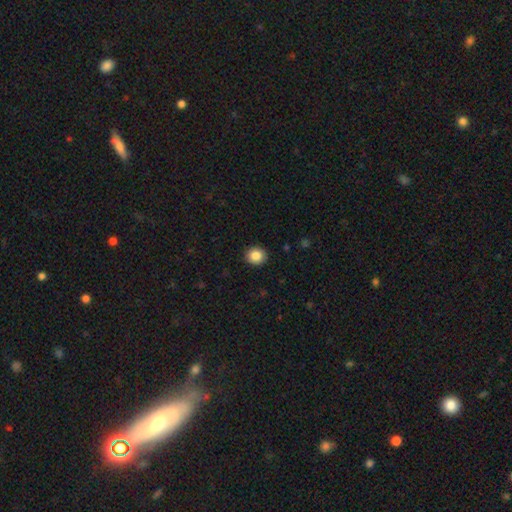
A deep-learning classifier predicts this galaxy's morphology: Smooth or featured? smooth (86%)
How rounded? round (83%)
Merging? none (91%)